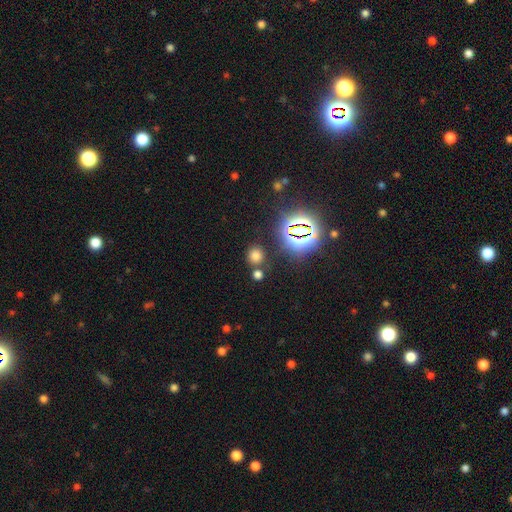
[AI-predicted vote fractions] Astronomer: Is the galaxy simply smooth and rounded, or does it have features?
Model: smooth — 66%.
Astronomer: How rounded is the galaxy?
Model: round — 83%.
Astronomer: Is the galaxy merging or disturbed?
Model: none — 77%.